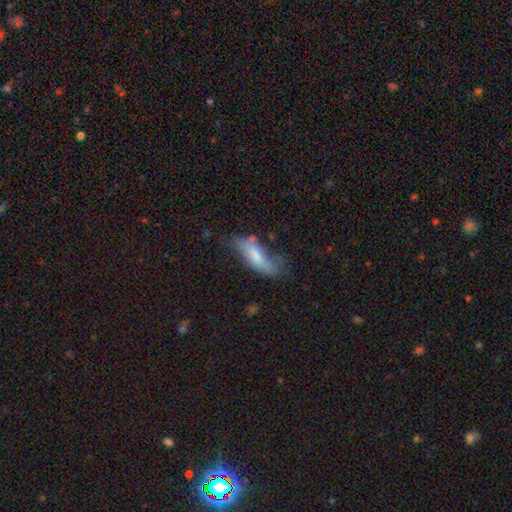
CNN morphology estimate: smooth_or_featured: smooth (p=0.65) [alt: featured or disk p=0.27]
how_rounded: in between (p=0.57) [alt: cigar-shaped p=0.40]
merging: none (p=0.44) [alt: minor disturbance p=0.33]